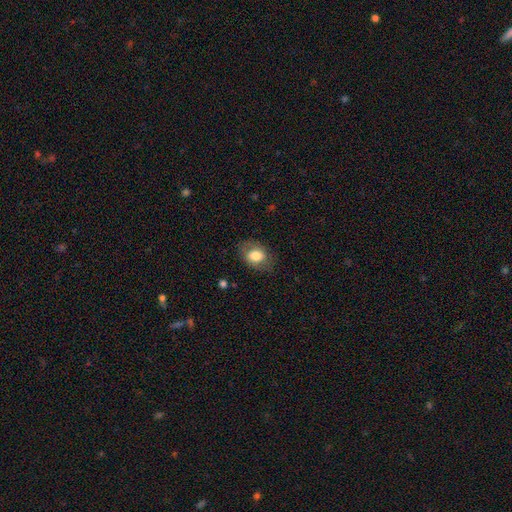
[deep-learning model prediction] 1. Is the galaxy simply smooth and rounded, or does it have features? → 76% smooth, 16% featured or disk, 8% star or artifact.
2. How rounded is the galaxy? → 71% in between, 28% round, 1% cigar-shaped.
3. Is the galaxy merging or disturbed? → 77% none, 16% minor disturbance, 6% major disturbance, 1% merger.